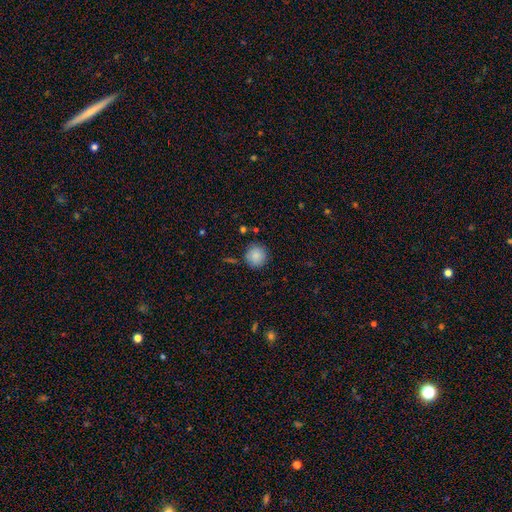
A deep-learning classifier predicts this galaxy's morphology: Overall: smooth (87%). How rounded: round (93%). Merging: none (85%).